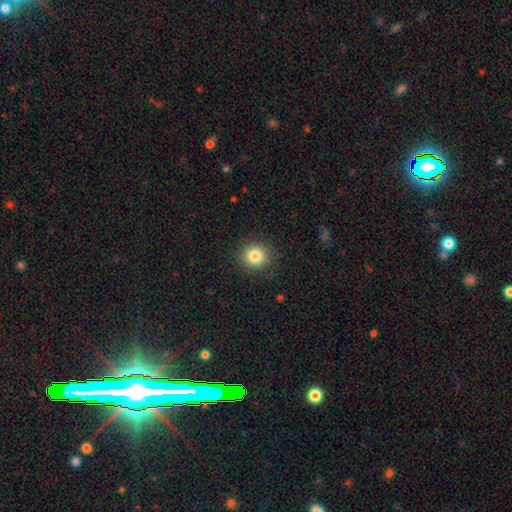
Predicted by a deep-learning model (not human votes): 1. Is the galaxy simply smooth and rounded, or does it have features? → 51% star or artifact, 33% smooth, 15% featured or disk.